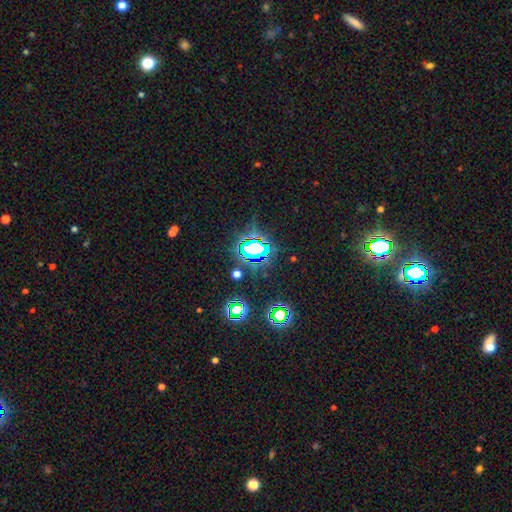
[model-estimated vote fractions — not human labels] The model was most divided on "smooth or featured": star or artifact: 81%, smooth: 11%, featured or disk: 7%.